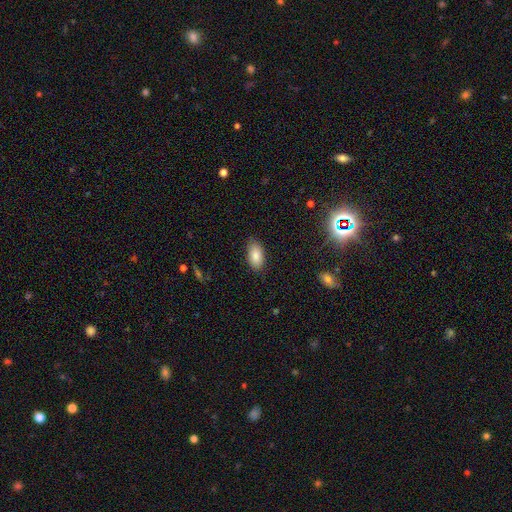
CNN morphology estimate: This appears to be a smooth galaxy with no disk features (85%) that is in between round and cigar-shaped (93%). Merging: none (85%).